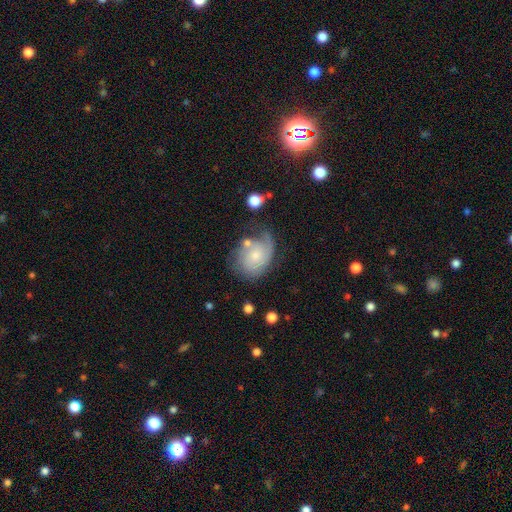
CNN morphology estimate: A featured or disk galaxy (55%) with no bar (77%), spiral arms (82%) and a small central bulge (54%). Merging: none (44%).